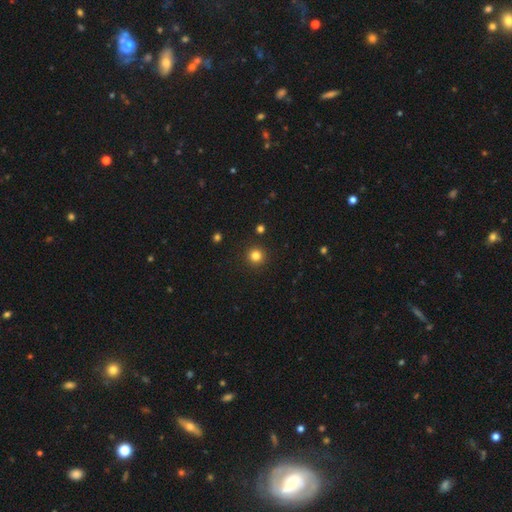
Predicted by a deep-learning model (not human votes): The model was most divided on "smooth or featured": smooth: 82%, star or artifact: 13%, featured or disk: 5%. More confident: how rounded — round (96%); merging — none (93%).